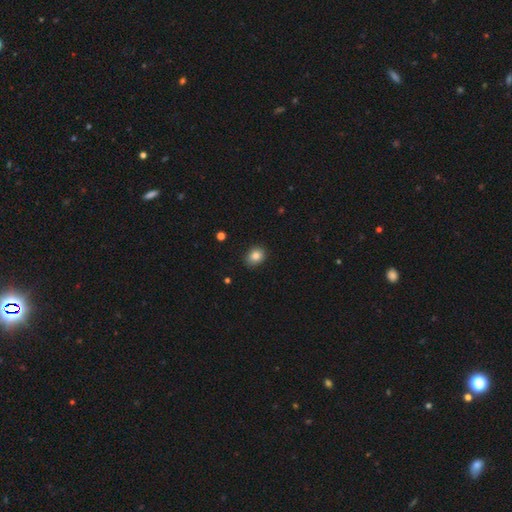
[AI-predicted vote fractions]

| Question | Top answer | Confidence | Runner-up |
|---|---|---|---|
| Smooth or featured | smooth | 85% | star or artifact (9%) |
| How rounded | in between | 55% | round (45%) |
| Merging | none | 88% | minor disturbance (9%) |